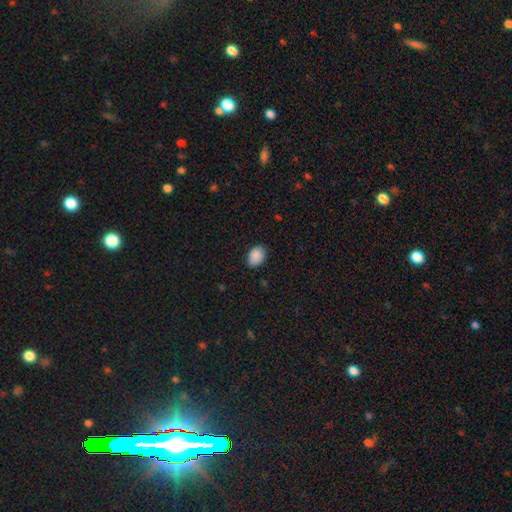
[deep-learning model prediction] smooth-or-featured: smooth: 89% | star or artifact: 8% | featured or disk: 3%
  how-rounded: in between: 73% | round: 26% | cigar-shaped: 1%
  merging: none: 81% | minor disturbance: 15% | major disturbance: 3% | merger: 1%